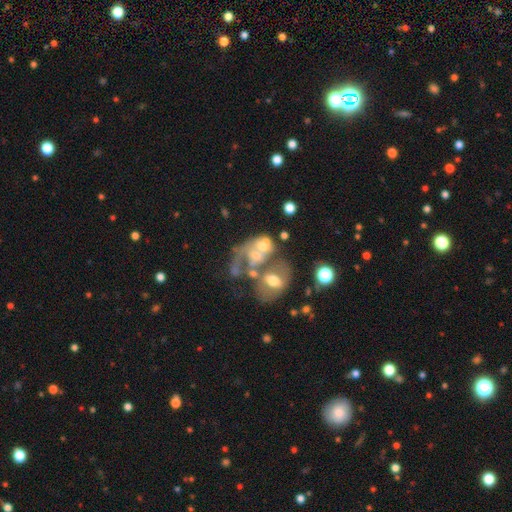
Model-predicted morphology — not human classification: smooth-or-featured: featured or disk: 55% | smooth: 32% | star or artifact: 13%
  disk-edge-on: no: 96% | yes: 4%
    bar: no: 80% | weak: 15% | strong: 5%
    has-spiral-arms: no: 76% | yes: 24%
    bulge-size: moderate: 51% | small: 21% | none: 16% | large: 10% | dominant: 2%
  merging: merger: 63% | major disturbance: 18% | none: 12% | minor disturbance: 7%